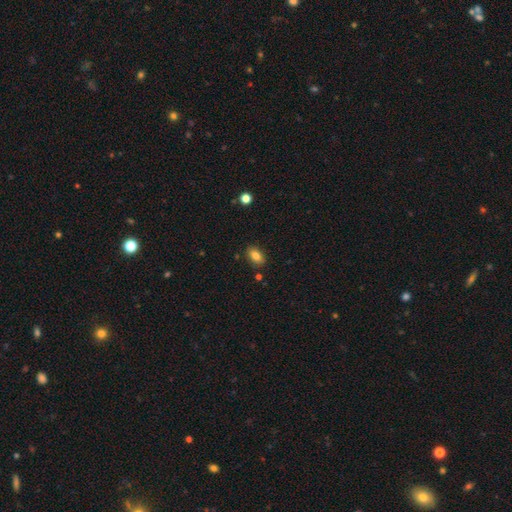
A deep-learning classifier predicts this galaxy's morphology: Q: Smooth or featured?
A: smooth (83%); runner-up: star or artifact (9%)
Q: How rounded?
A: in between (89%); runner-up: round (8%)
Q: Merging?
A: none (85%); runner-up: minor disturbance (10%)